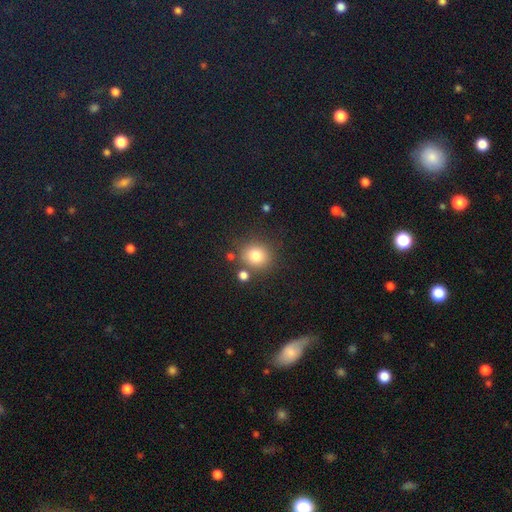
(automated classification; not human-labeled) Smooth or featured? Predicted: smooth (p=0.80). How rounded? Predicted: round (p=0.83). Merging? Predicted: none (p=0.77).